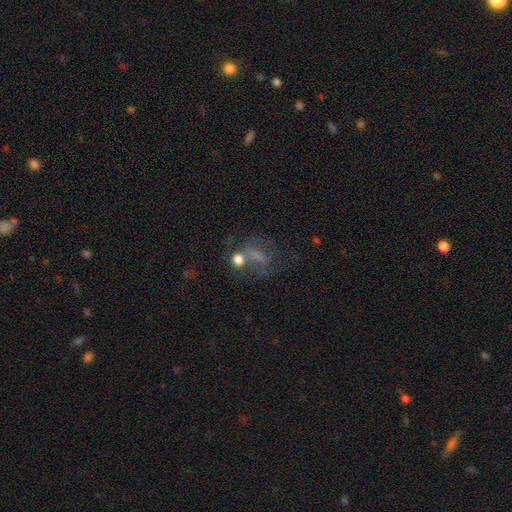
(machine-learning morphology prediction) type=featured or disk (40%); merging=none (38%).